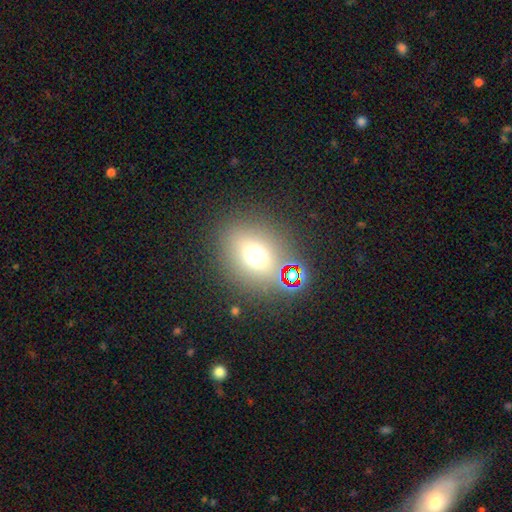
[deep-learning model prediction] This is likely a smooth galaxy (63%). How rounded: possibly round (58%). Merging: likely none (80%).